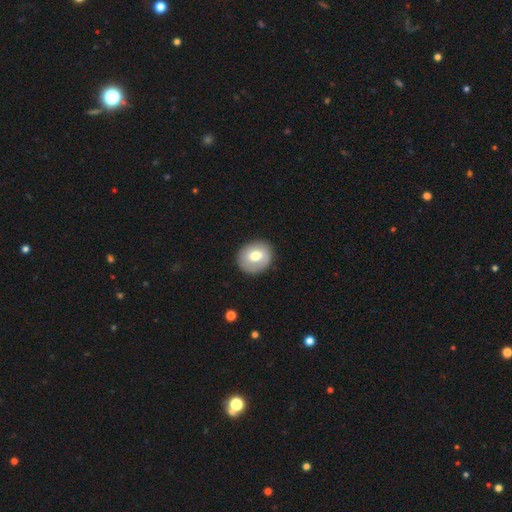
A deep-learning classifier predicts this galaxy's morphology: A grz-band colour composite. It shows a smooth galaxy with no disk features (68%) that is round (74%). Merging: none (86%).